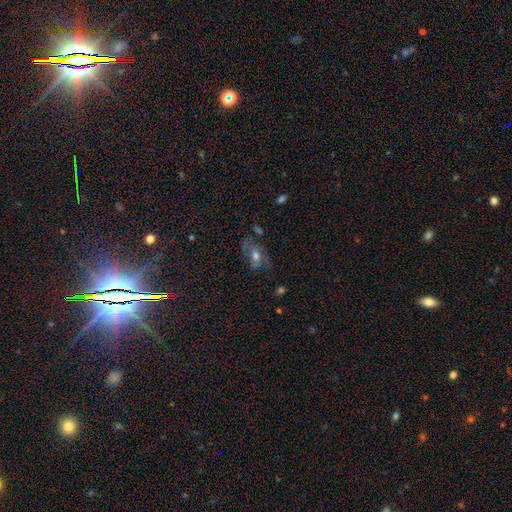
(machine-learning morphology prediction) Smooth or featured? Predicted: smooth (p=0.49). Merging? Predicted: none (p=0.54).